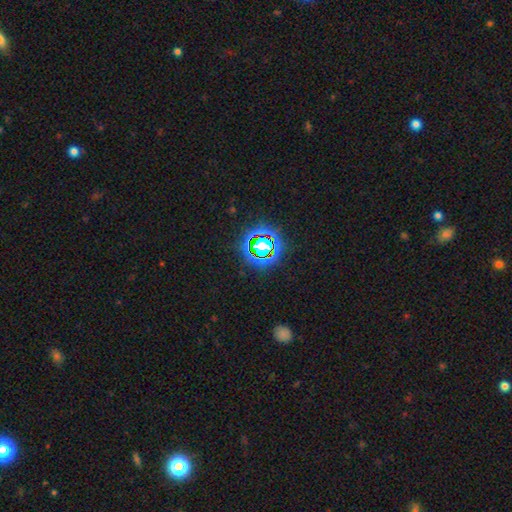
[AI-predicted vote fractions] smooth-or-featured: star or artifact: 77% | smooth: 14% | featured or disk: 9%